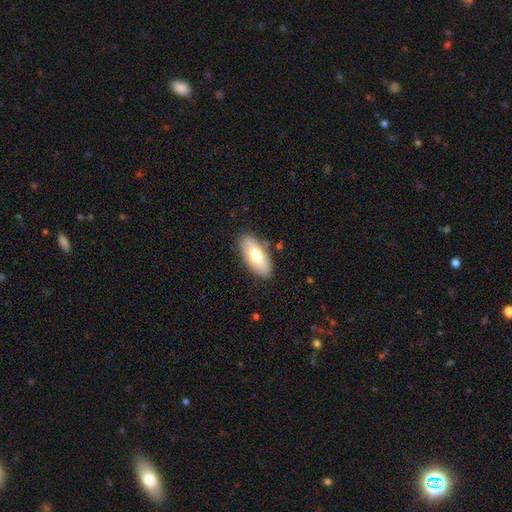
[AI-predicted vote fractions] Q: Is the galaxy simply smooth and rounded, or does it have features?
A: smooth — 69%.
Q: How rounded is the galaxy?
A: in between — 86%.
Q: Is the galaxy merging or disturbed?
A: none — 83%.